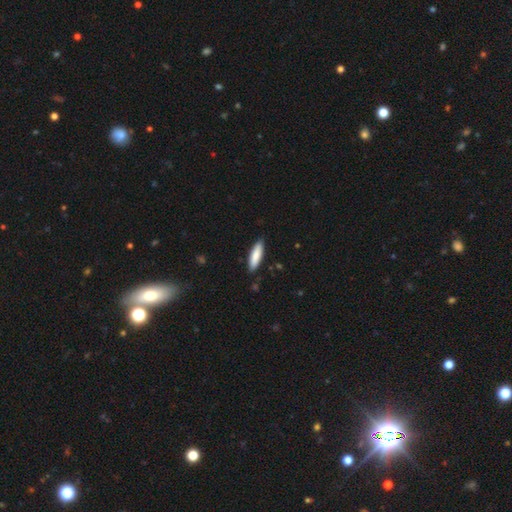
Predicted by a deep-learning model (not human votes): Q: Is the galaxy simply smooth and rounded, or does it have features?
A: smooth — 85%.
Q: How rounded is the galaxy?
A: cigar-shaped — 59%.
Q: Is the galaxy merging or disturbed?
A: none — 86%.